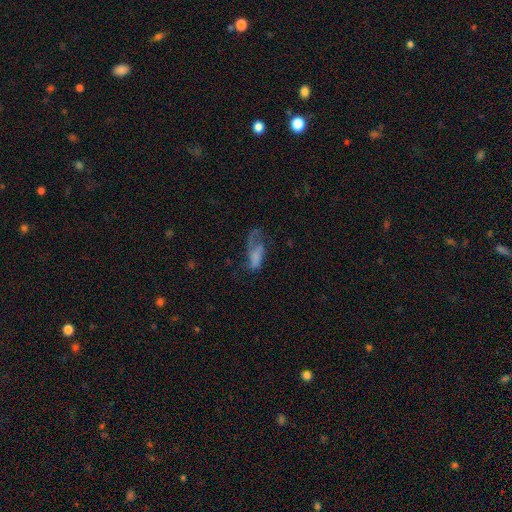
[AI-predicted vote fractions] Smooth or featured?
  - smooth: 54% *
  - featured or disk: 33%
  - star or artifact: 12%
How rounded?
  - in between: 78% *
  - cigar-shaped: 18%
  - round: 4%
Merging?
  - major disturbance: 49% *
  - none: 25%
  - minor disturbance: 21%
  - merger: 5%